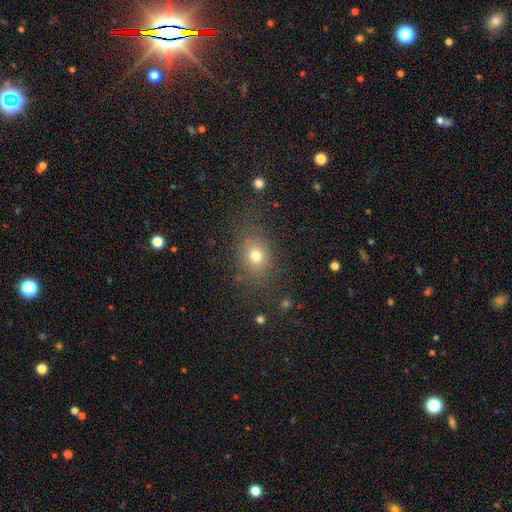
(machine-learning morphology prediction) The model was most divided on "how rounded": in between: 55%, round: 44%, cigar-shaped: 2%. More confident: merging — none (76%); smooth or featured — smooth (74%).